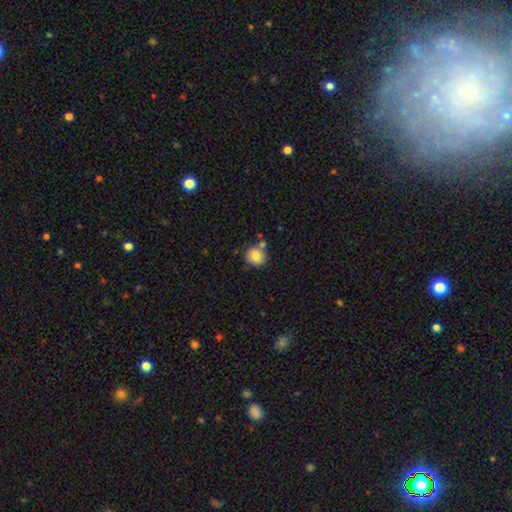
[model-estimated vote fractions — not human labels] A smooth galaxy with no disk features (82%) that is round (84%). Merging: none (67%).